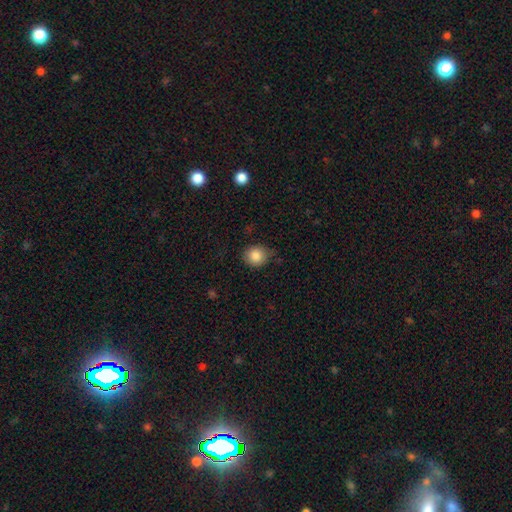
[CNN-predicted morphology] The model was most divided on "merging": none: 77%, minor disturbance: 18%, major disturbance: 4%, merger: 1%. More confident: smooth or featured — smooth (86%); how rounded — round (80%).